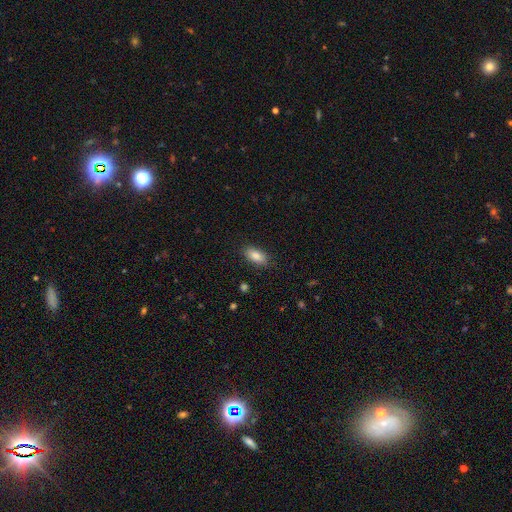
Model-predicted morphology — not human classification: smooth_or_featured: smooth (p=0.85) [alt: featured or disk p=0.08]
how_rounded: in between (p=0.88) [alt: cigar-shaped p=0.08]
merging: none (p=0.86) [alt: minor disturbance p=0.10]